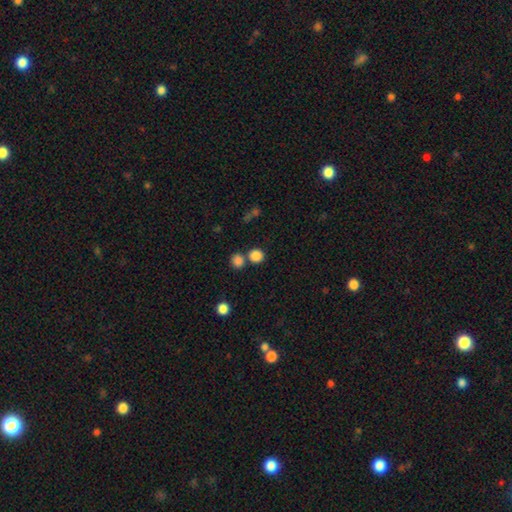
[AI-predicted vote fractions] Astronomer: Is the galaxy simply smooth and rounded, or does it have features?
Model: smooth — 84%.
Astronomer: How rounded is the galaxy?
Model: round — 89%.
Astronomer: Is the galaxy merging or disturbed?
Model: none — 65%.